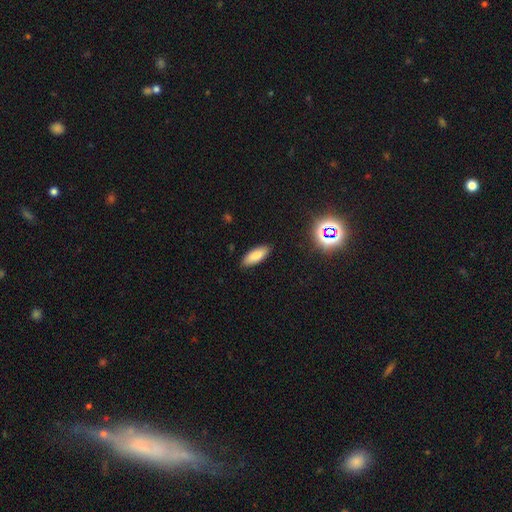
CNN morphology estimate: This is clearly a smooth galaxy (83%). How rounded: likely in between (75%). Merging: clearly none (88%).